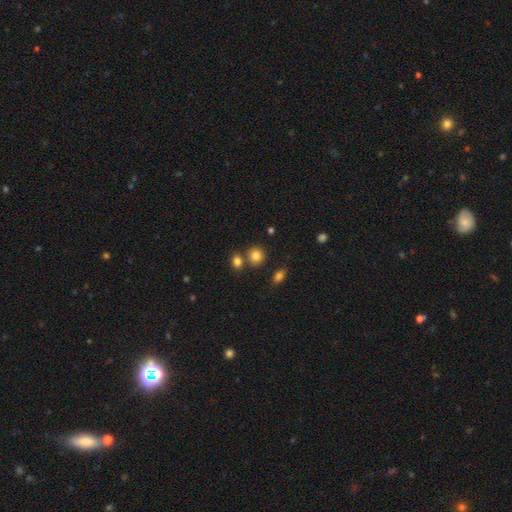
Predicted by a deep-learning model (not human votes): This is clearly a smooth galaxy (82%). How rounded: clearly round (80%). Merging: likely none (70%).